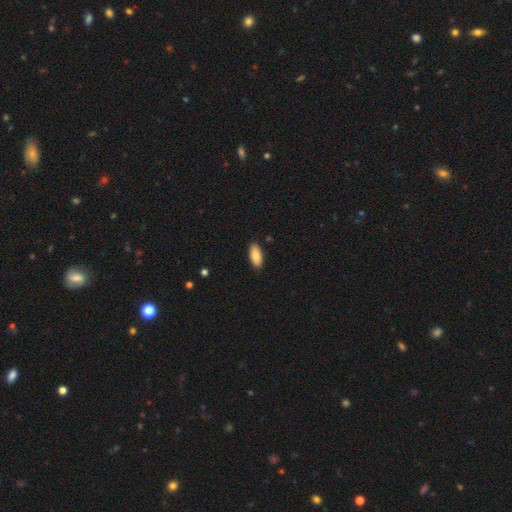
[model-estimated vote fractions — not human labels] Smooth or featured: smooth — 86% (featured or disk — 8%)
How rounded: in between — 85% (cigar-shaped — 13%)
Merging: none — 89% (minor disturbance — 8%)